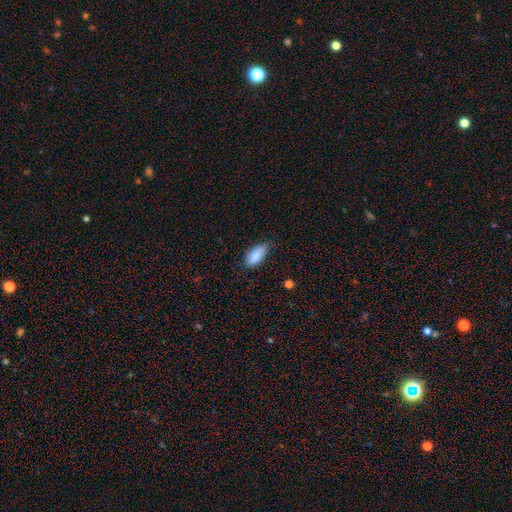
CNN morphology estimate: smooth-or-featured: smooth: 87% | star or artifact: 7% | featured or disk: 6%
  how-rounded: in between: 87% | cigar-shaped: 11% | round: 2%
  merging: none: 65% | minor disturbance: 29% | major disturbance: 5% | merger: 1%